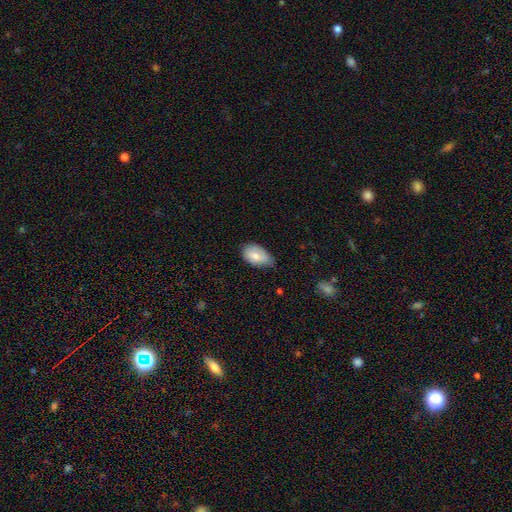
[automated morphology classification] This appears to be a smooth galaxy with no disk features (80%) that is in between round and cigar-shaped (93%). Merging: none (52%).